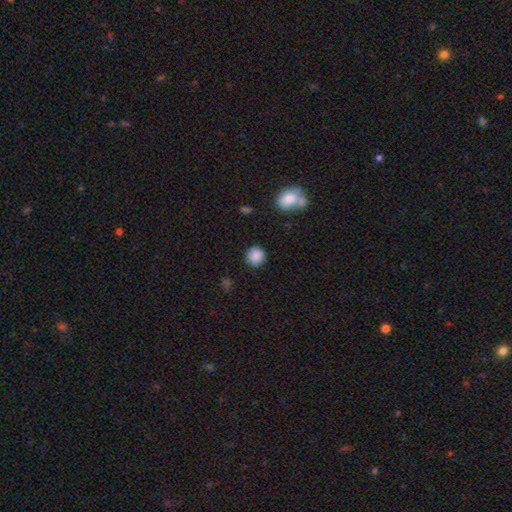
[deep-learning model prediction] smooth 88%, star or artifact 9%, featured or disk 3%. Down the decision tree: how rounded — round (91%); merging — none (88%).